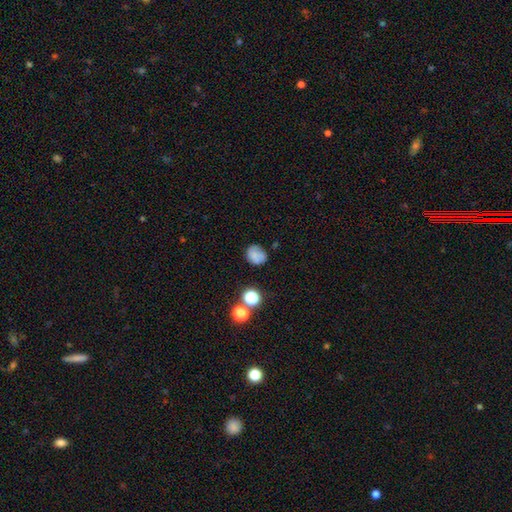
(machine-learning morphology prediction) smooth_or_featured: smooth (p=0.77) [alt: star or artifact p=0.12]
how_rounded: round (p=0.67) [alt: in between p=0.32]
merging: none (p=0.66) [alt: minor disturbance p=0.21]